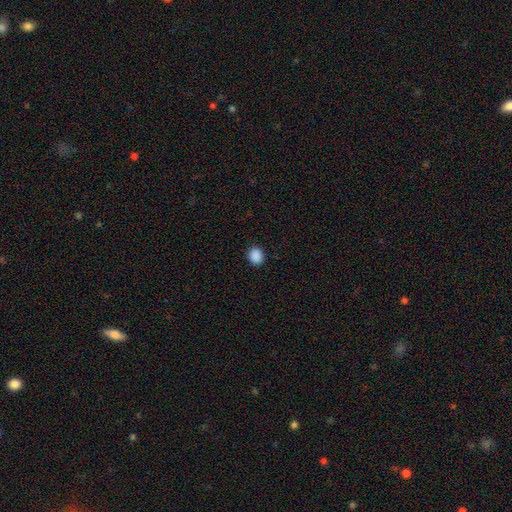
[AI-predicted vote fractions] Smooth or featured? smooth (89%)
How rounded? round (73%)
Merging? none (90%)